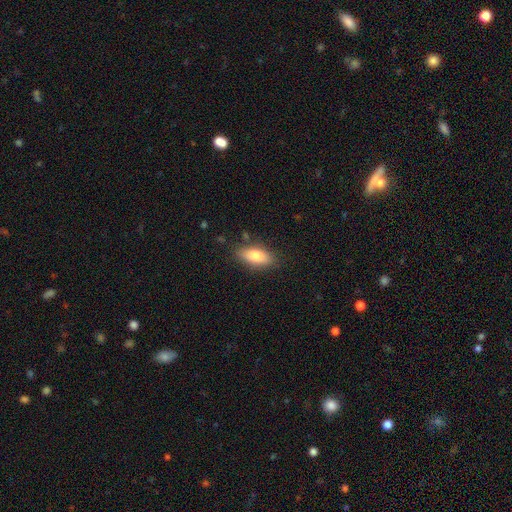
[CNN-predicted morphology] Smooth or featured? smooth (79%)
How rounded? in between (83%)
Merging? none (82%)